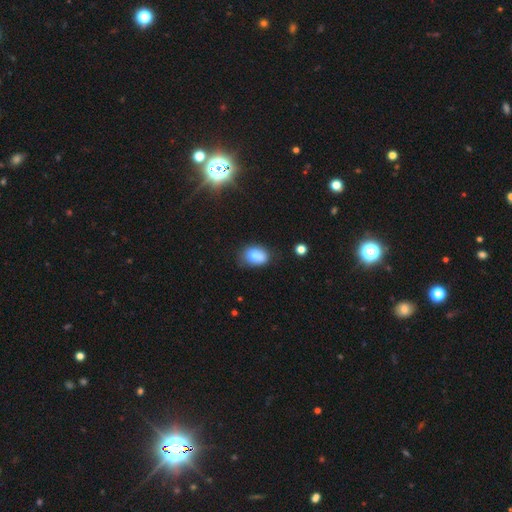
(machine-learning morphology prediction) smooth 82%, star or artifact 9%, featured or disk 9%. Down the decision tree: how rounded — in between (79%); merging — none (61%).